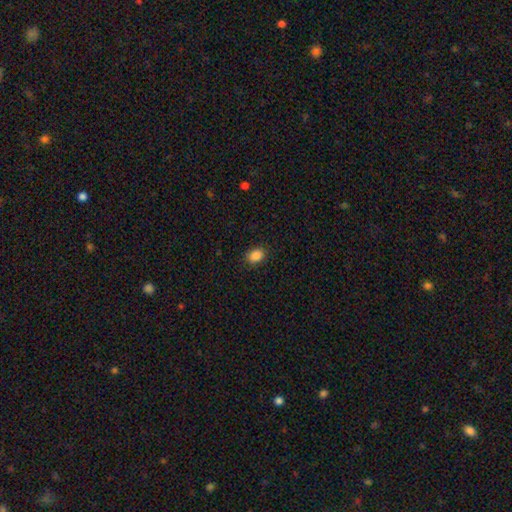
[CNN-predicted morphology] Smooth or featured?
  - smooth: 87% *
  - star or artifact: 9%
  - featured or disk: 3%
How rounded?
  - in between: 67% *
  - round: 31%
  - cigar-shaped: 1%
Merging?
  - none: 88% *
  - minor disturbance: 9%
  - major disturbance: 2%
  - merger: 1%